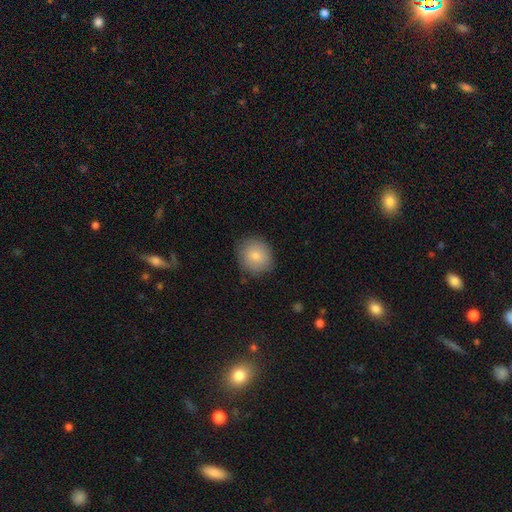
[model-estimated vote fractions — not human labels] Smooth or featured? smooth (82%)
How rounded? round (84%)
Merging? none (83%)